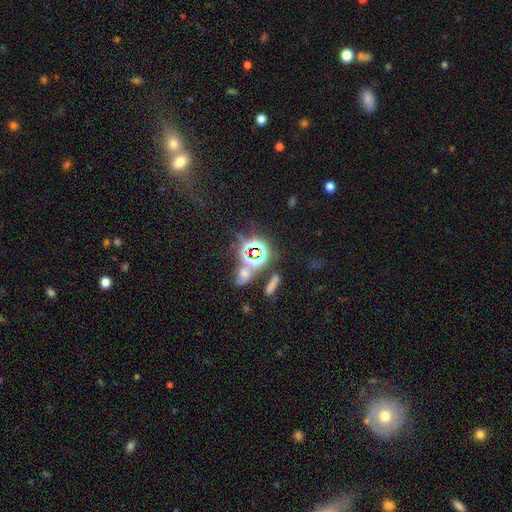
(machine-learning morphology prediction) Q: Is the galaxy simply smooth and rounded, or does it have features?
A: star or artifact — 71%.